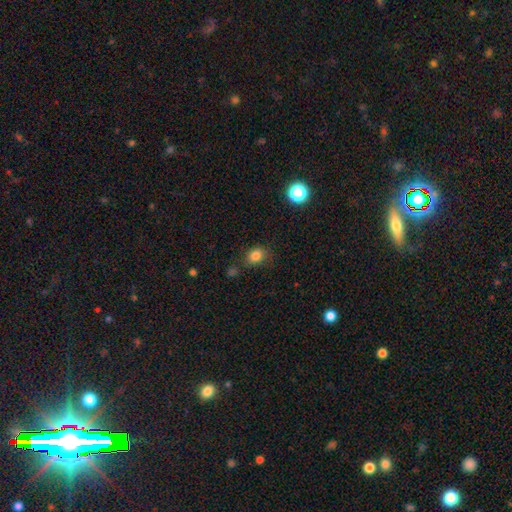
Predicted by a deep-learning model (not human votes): smooth_or_featured: smooth (p=0.82) [alt: star or artifact p=0.13]
how_rounded: round (p=0.51) [alt: in between p=0.48]
merging: none (p=0.74) [alt: minor disturbance p=0.17]